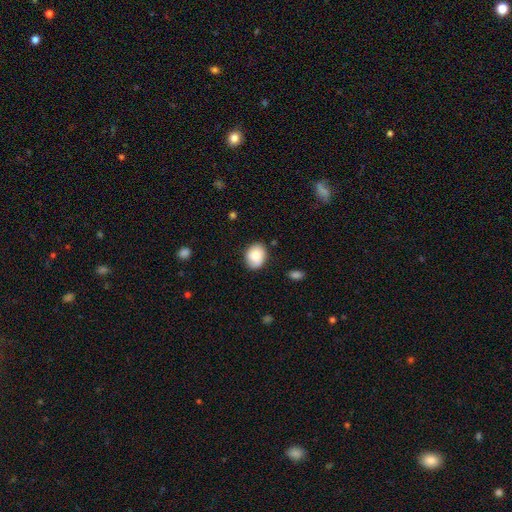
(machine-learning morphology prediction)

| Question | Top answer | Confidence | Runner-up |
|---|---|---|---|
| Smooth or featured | smooth | 79% | featured or disk (13%) |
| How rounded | in between | 57% | round (42%) |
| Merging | none | 80% | minor disturbance (15%) |